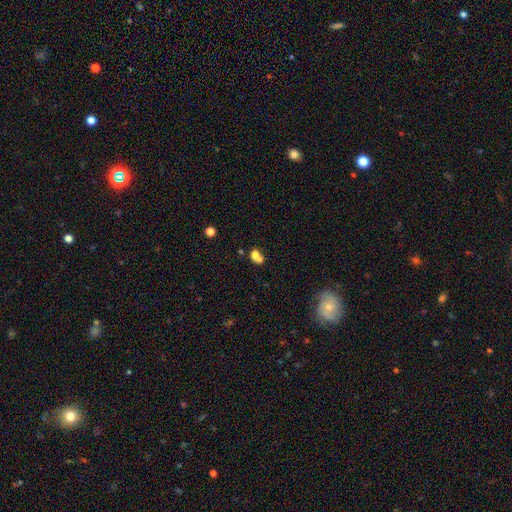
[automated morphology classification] smooth 69%, featured or disk 17%, star or artifact 13%. Down the decision tree: how rounded — round (54%); merging — merger (58%).